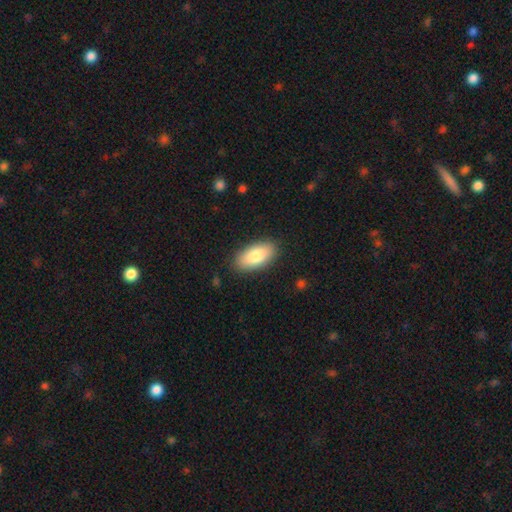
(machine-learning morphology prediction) A smooth galaxy with no disk features (82%) that is in between round and cigar-shaped (92%).

Vote fractions:
- Smooth or featured? smooth: 82% / featured or disk: 12% / star or artifact: 6%
- How rounded? in between: 92% / cigar-shaped: 6% / round: 3%
- Merging? none: 87% / minor disturbance: 9% / major disturbance: 2% / merger: 1%